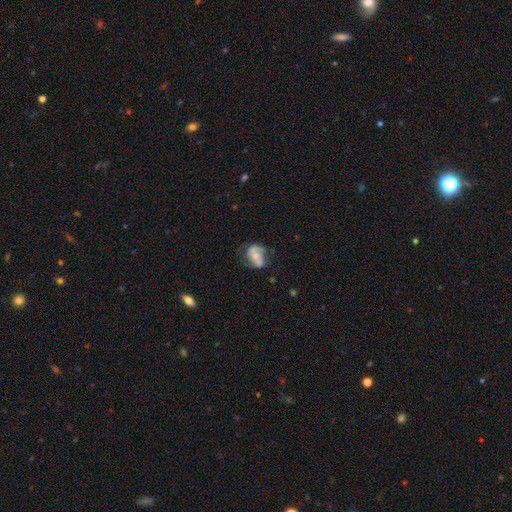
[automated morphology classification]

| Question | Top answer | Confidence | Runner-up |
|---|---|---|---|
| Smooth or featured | featured or disk | 59% | smooth (33%) |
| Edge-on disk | no | 97% | yes (3%) |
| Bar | no | 59% | weak (27%) |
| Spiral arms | yes | 68% | no (32%) |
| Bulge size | small | 48% | moderate (39%) |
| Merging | none | 43% | minor disturbance (27%) |